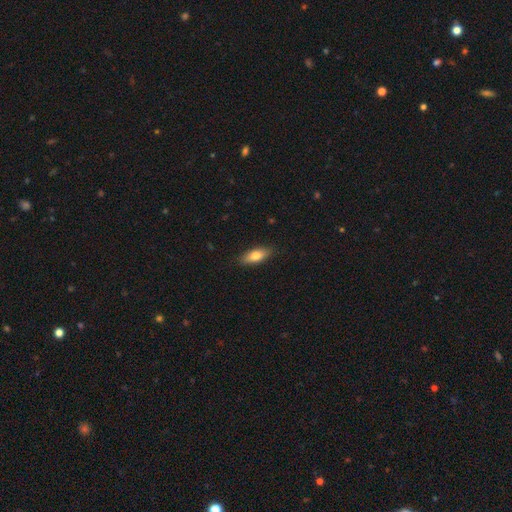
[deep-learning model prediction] This is likely a smooth galaxy (75%). How rounded: likely in between (74%). Merging: clearly none (87%).